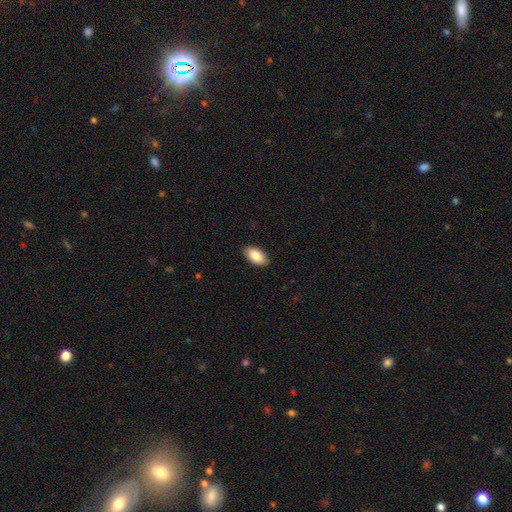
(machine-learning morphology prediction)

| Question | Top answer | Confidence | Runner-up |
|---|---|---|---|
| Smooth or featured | smooth | 87% | featured or disk (7%) |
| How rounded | in between | 95% | round (3%) |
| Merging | none | 90% | minor disturbance (8%) |